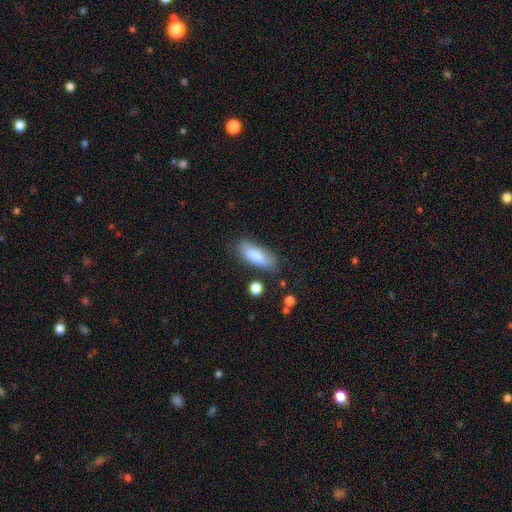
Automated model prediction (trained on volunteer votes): A smooth galaxy with no disk features (81%) that is in between round and cigar-shaped (73%). Merging: none (73%).